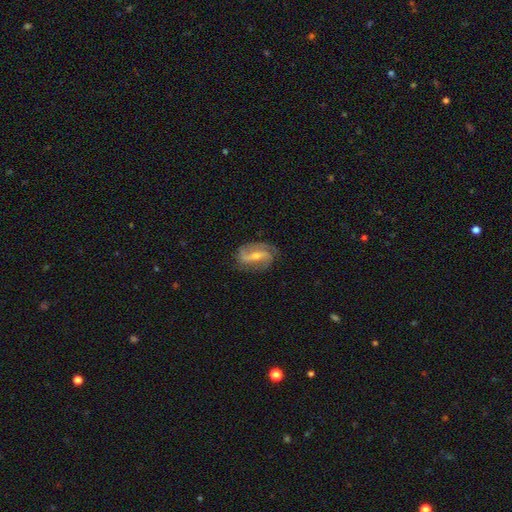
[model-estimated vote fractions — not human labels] Morphology: type=featured or disk (81%); edge-on=no (94%); bar=strong (46%); spiral arms=yes (92%); winding=loose (42%); arm count=2 (82%); bulge=moderate (50%); merging=none (71%).